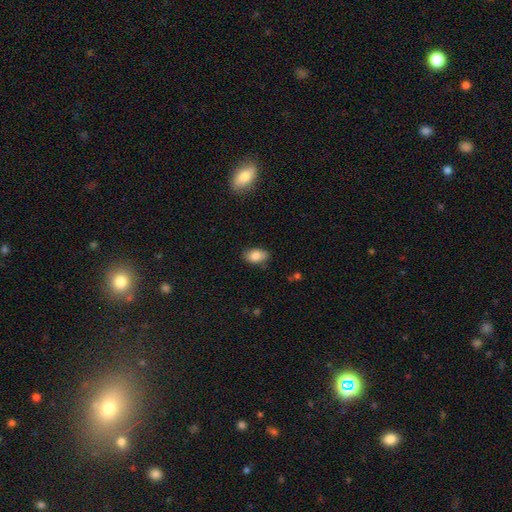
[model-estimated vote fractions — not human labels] A smooth galaxy with no disk features (83%) that is in between round and cigar-shaped (91%).

Vote fractions:
- Smooth or featured? smooth: 83% / featured or disk: 10% / star or artifact: 8%
- How rounded? in between: 91% / round: 7% / cigar-shaped: 2%
- Merging? none: 82% / minor disturbance: 14% / major disturbance: 3% / merger: 1%